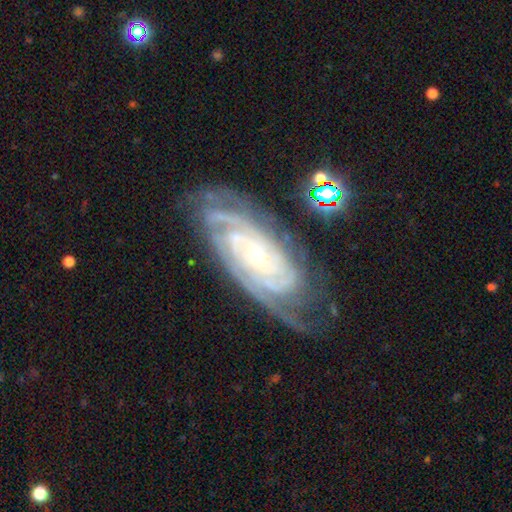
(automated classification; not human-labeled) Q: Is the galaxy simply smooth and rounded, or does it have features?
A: featured or disk — 90%.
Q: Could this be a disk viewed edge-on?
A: no — 94%.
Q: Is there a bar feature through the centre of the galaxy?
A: no — 71%.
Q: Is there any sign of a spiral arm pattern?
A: yes — 98%.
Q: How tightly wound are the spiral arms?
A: tight — 78%.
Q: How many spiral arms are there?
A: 4 — 24%.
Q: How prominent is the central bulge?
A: small — 75%.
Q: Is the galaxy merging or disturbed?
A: none — 72%.